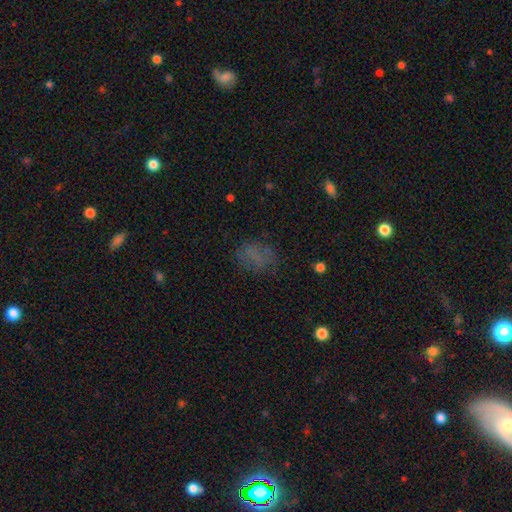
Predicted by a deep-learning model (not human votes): This appears to be a smooth galaxy with no disk features (62%) that is in between round and cigar-shaped (67%). Merging: none (66%).